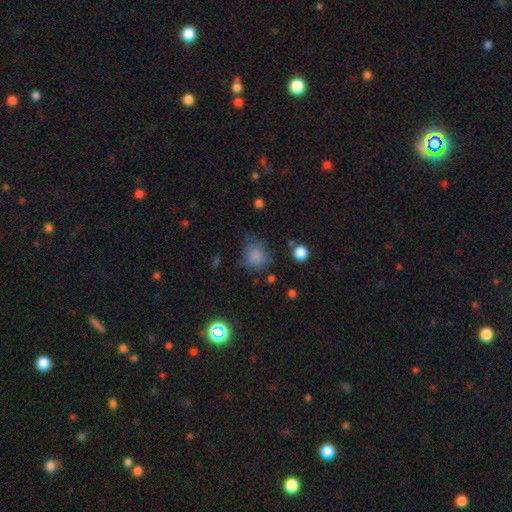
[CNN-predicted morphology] Smooth or featured?
  - smooth: 76% *
  - star or artifact: 12%
  - featured or disk: 11%
How rounded?
  - round: 73% *
  - in between: 26%
  - cigar-shaped: 1%
Merging?
  - none: 54% *
  - minor disturbance: 27%
  - major disturbance: 15%
  - merger: 3%